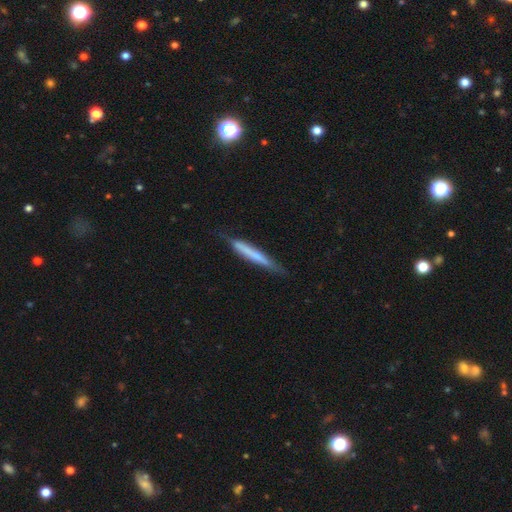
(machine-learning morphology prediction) type=smooth (52%); roundness=cigar-shaped (95%); merging=none (72%).